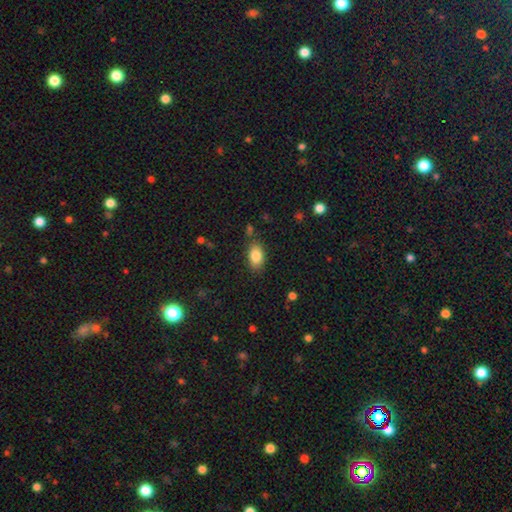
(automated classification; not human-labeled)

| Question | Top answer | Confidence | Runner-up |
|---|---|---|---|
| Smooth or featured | smooth | 84% | star or artifact (8%) |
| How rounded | in between | 89% | round (9%) |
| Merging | none | 81% | minor disturbance (13%) |